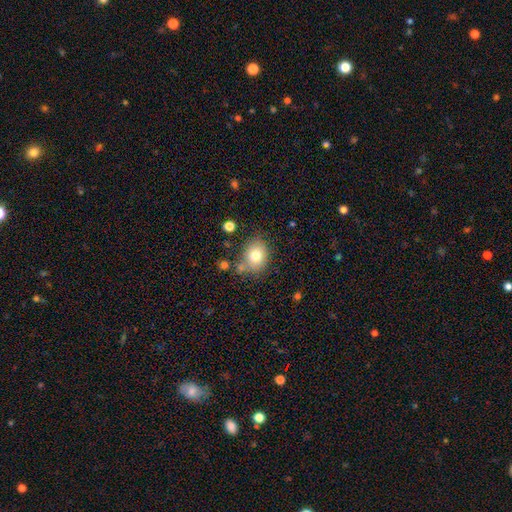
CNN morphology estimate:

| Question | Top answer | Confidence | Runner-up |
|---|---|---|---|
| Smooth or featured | smooth | 76% | featured or disk (13%) |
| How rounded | round | 53% | in between (46%) |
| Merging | none | 68% | minor disturbance (18%) |